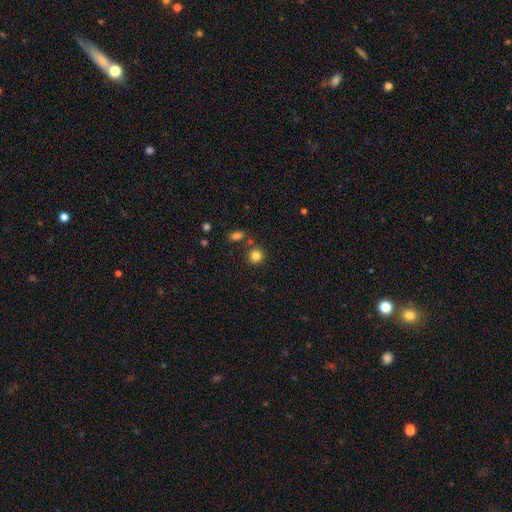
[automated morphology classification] smooth 84%, star or artifact 11%, featured or disk 5%. Down the decision tree: how rounded — round (90%); merging — none (78%).